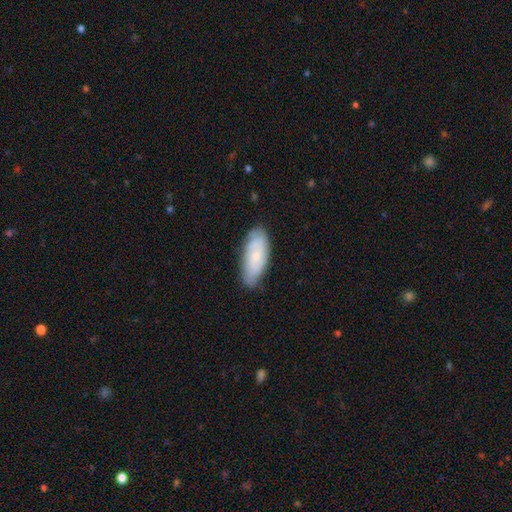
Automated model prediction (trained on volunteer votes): smooth_or_featured: smooth (p=0.52) [alt: featured or disk p=0.41]
how_rounded: in between (p=0.79) [alt: cigar-shaped p=0.19]
merging: none (p=0.77) [alt: minor disturbance p=0.19]